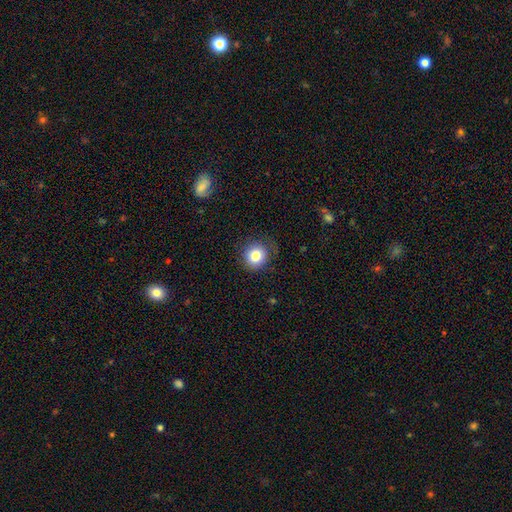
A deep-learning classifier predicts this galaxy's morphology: Overall: smooth (82%). How rounded: round (89%). Merging: none (83%).